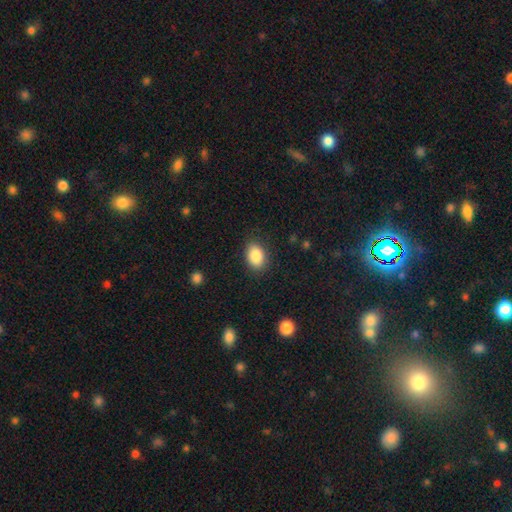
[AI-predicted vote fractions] smooth-or-featured: smooth: 88% | star or artifact: 7% | featured or disk: 5%
  how-rounded: in between: 81% | round: 17% | cigar-shaped: 1%
  merging: none: 86% | minor disturbance: 10% | major disturbance: 3% | merger: 1%